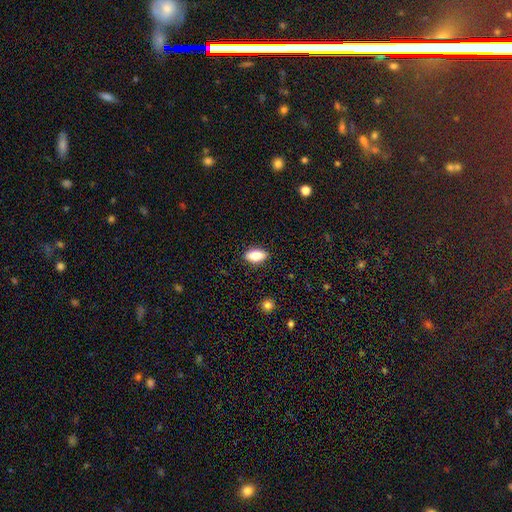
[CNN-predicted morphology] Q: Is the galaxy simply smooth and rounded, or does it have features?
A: smooth — 78%.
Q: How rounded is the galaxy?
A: in between — 90%.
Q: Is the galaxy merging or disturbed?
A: none — 88%.